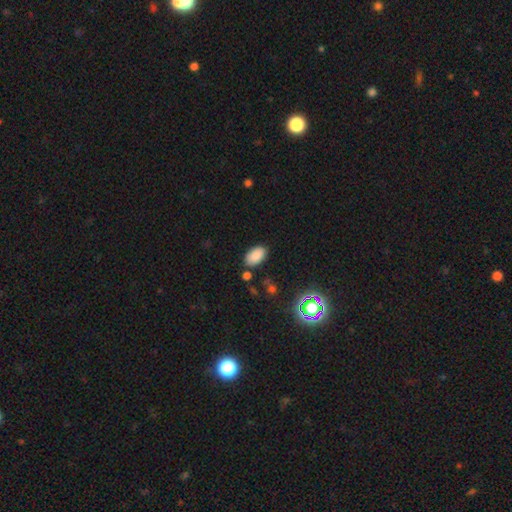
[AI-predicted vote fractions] A smooth galaxy with no disk features (85%) that is in between round and cigar-shaped (94%). Merging: none (82%).